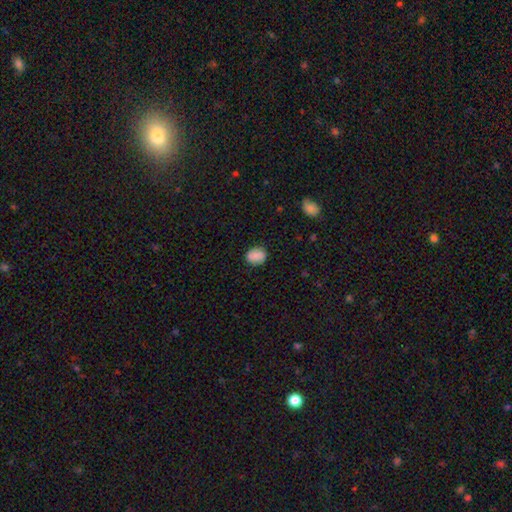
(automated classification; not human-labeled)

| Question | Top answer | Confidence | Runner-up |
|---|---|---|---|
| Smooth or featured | smooth | 87% | star or artifact (8%) |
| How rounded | in between | 56% | round (43%) |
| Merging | none | 84% | minor disturbance (12%) |